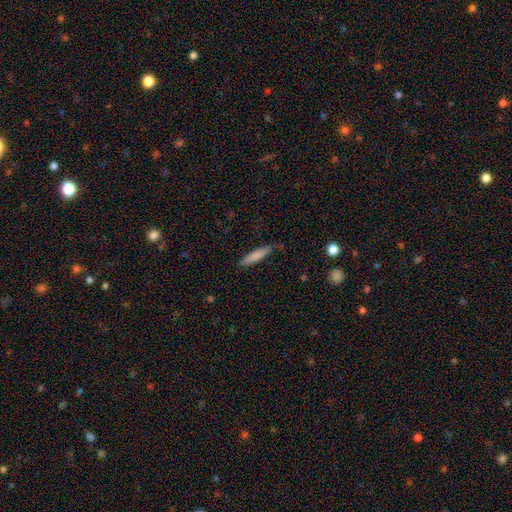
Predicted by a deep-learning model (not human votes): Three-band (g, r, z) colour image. It shows a smooth galaxy with no disk features (81%) that is cigar-shaped (82%). Merging: none (76%).